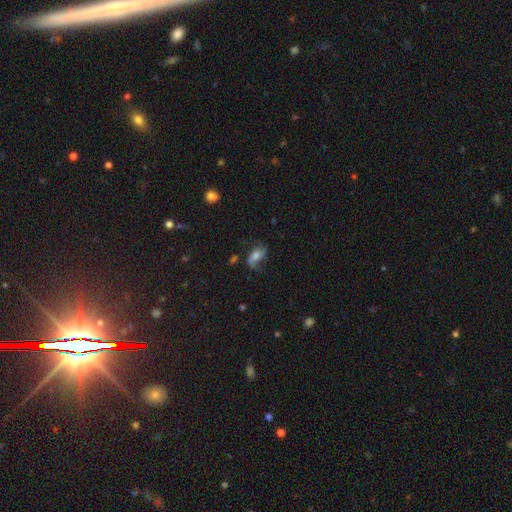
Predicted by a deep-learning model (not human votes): smooth-or-featured: featured or disk: 53% | smooth: 37% | star or artifact: 10%
  disk-edge-on: no: 92% | yes: 8%
  merging: none: 55% | minor disturbance: 24% | major disturbance: 18% | merger: 3%